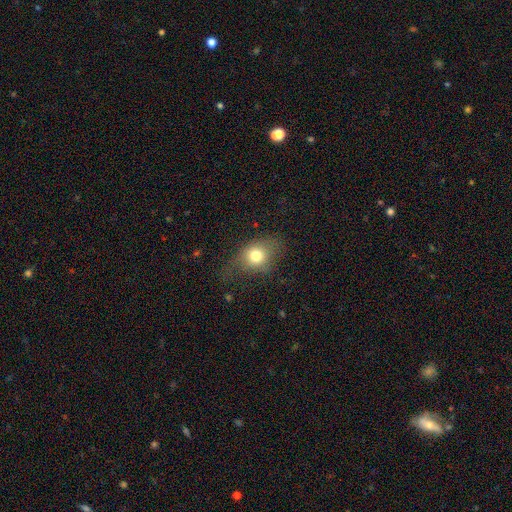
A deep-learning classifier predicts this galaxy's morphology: The model was most divided on "how rounded": round: 51%, in between: 48%, cigar-shaped: 2%. Remaining: smooth or featured — smooth (74%); merging — none (49%).